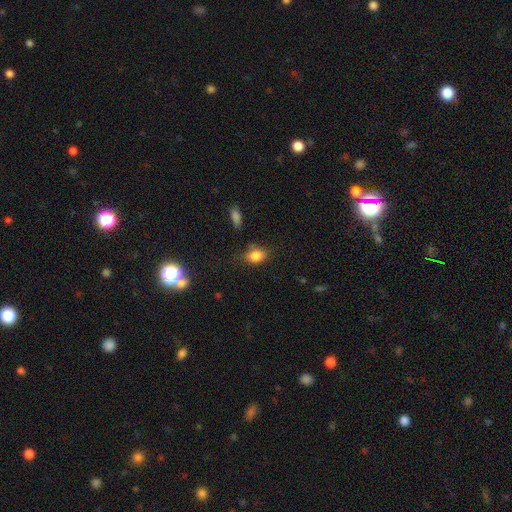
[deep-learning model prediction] Q: Smooth or featured?
A: smooth (82%); runner-up: star or artifact (10%)
Q: How rounded?
A: in between (70%); runner-up: round (27%)
Q: Merging?
A: none (64%); runner-up: minor disturbance (24%)